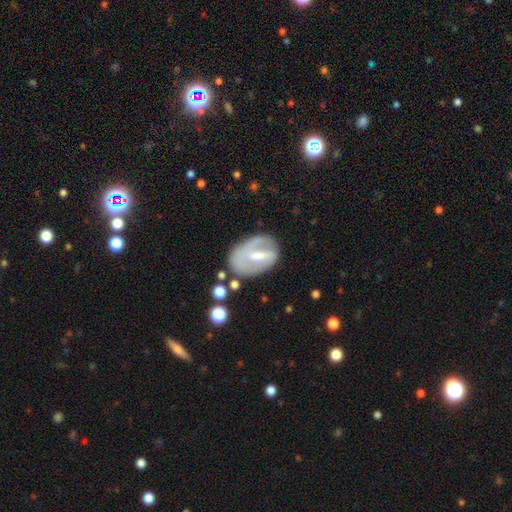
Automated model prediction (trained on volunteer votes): Smooth or featured? Predicted: featured or disk (p=0.57). Edge-on disk? Predicted: no (p=0.93). Bar? Predicted: weak (p=0.42). Spiral arms? Predicted: no (p=0.53). Bulge size? Predicted: moderate (p=0.48). Merging? Predicted: none (p=0.55).